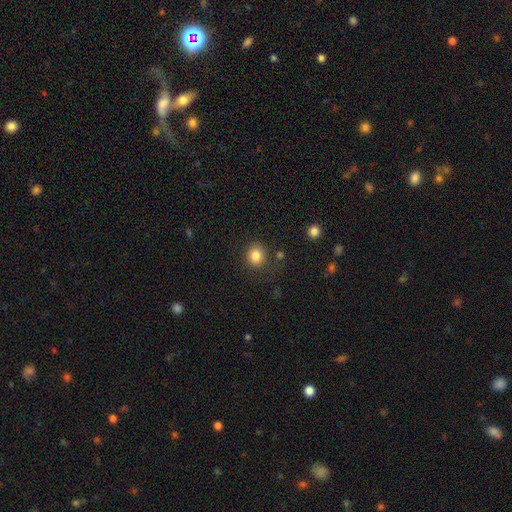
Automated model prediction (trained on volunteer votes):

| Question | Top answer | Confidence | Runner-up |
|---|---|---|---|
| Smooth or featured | smooth | 84% | star or artifact (11%) |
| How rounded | round | 84% | in between (15%) |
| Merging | none | 83% | minor disturbance (9%) |